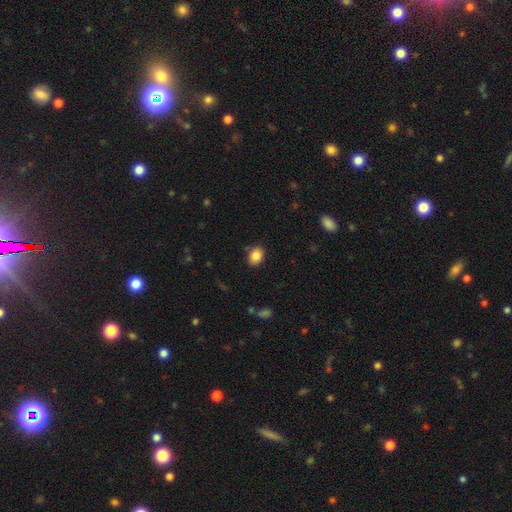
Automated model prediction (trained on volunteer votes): smooth-or-featured: smooth: 86% | star or artifact: 8% | featured or disk: 5%
  how-rounded: in between: 66% | round: 33% | cigar-shaped: 1%
  merging: none: 86% | minor disturbance: 10% | major disturbance: 3% | merger: 2%